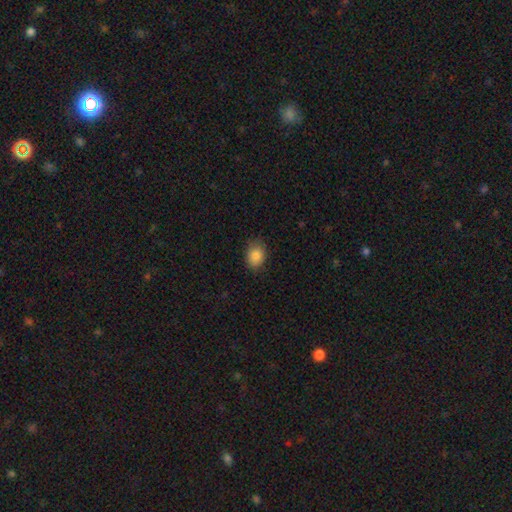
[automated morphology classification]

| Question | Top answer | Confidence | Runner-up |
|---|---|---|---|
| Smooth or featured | smooth | 86% | star or artifact (9%) |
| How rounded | in between | 58% | round (41%) |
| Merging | none | 80% | minor disturbance (16%) |